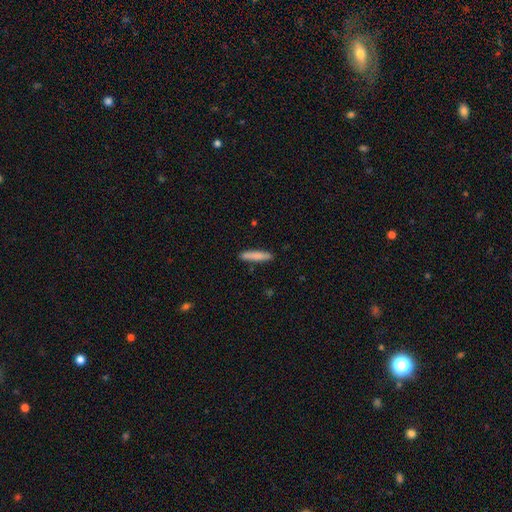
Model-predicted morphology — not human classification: Overall: smooth (83%). How rounded: cigar-shaped (88%). Merging: none (88%).